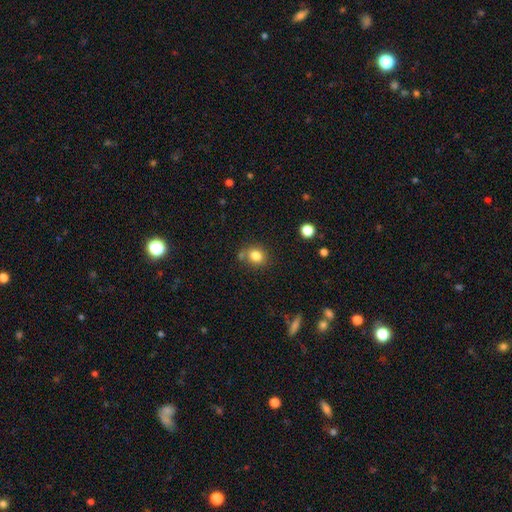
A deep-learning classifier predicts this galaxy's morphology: smooth_or_featured: smooth (p=0.82) [alt: star or artifact p=0.11]
how_rounded: round (p=0.65) [alt: in between p=0.34]
merging: none (p=0.69) [alt: minor disturbance p=0.15]